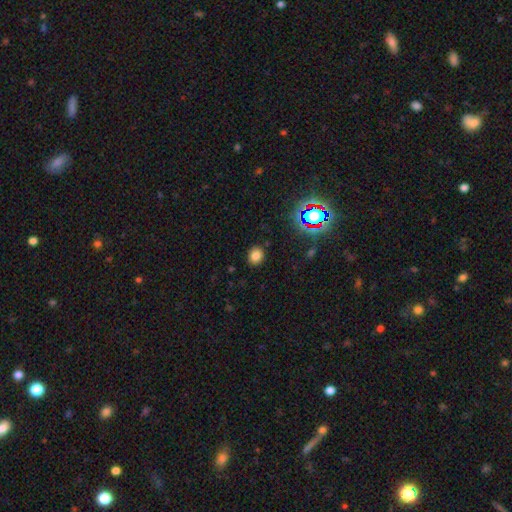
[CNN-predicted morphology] Smooth or featured? Predicted: smooth (p=0.79). How rounded? Predicted: round (p=0.77). Merging? Predicted: none (p=0.89).